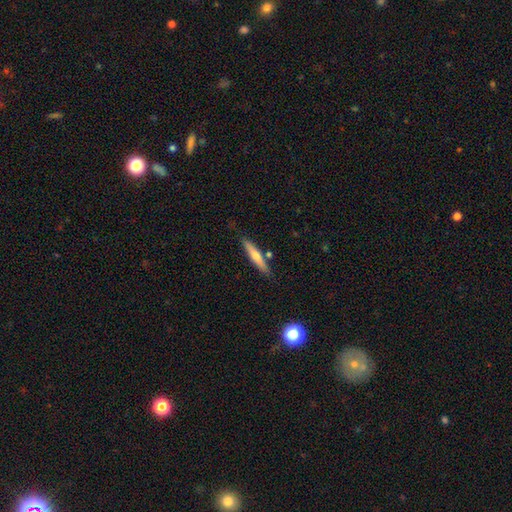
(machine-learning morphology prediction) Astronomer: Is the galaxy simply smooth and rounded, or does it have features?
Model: smooth — 50% (runner-up: featured or disk, 44%).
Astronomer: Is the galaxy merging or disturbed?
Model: none — 82%.